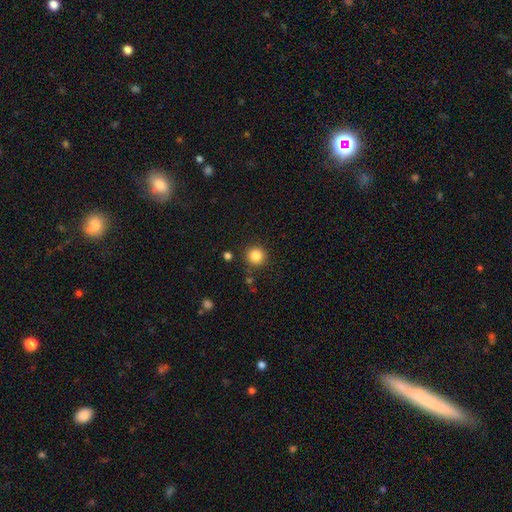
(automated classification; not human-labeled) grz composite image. It shows a smooth galaxy with no disk features (85%) that is round (95%). Merging: none (89%).